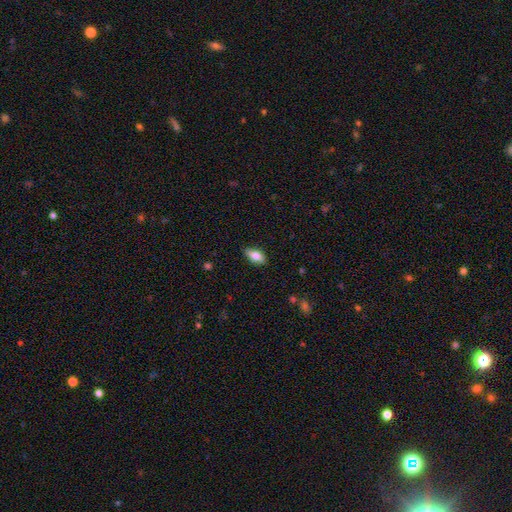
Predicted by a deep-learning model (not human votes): Overall: smooth (77%). How rounded: in between (86%). Merging: none (85%).